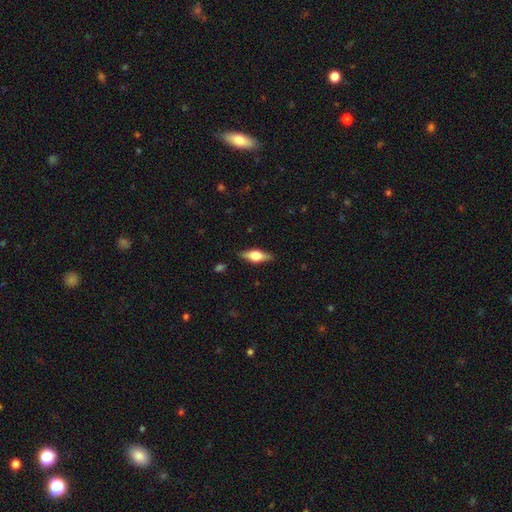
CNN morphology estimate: Overall: featured or disk (56%; smooth 37%). Edge-on disk: yes (94%). Edge-on bulge: rounded (91%). Merging: none (86%).